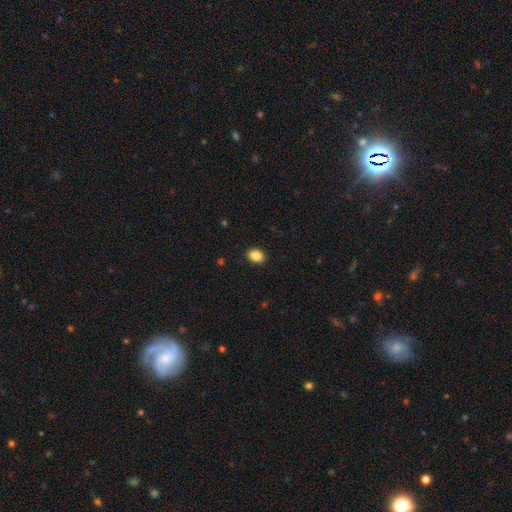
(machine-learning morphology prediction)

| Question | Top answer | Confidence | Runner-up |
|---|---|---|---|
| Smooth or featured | smooth | 87% | star or artifact (9%) |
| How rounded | in between | 69% | round (30%) |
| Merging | none | 91% | minor disturbance (7%) |